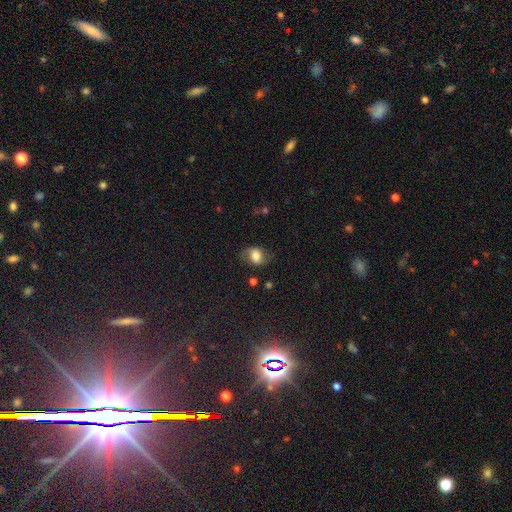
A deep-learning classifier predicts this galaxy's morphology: smooth 51%, featured or disk 39%, star or artifact 11%. Down the decision tree: how rounded — in between (59%); merging — none (66%).